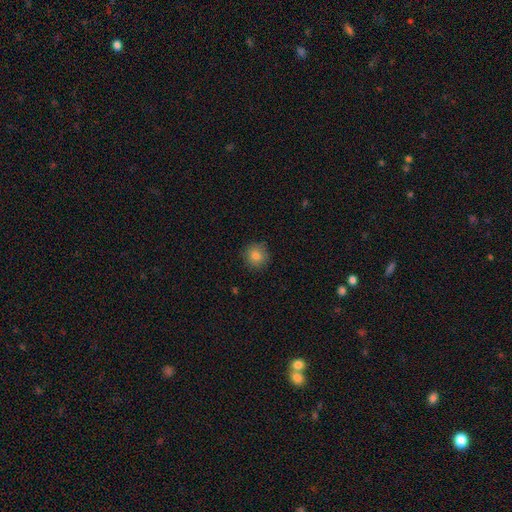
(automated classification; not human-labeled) Smooth or featured? Predicted: smooth (p=0.82). How rounded? Predicted: round (p=0.92). Merging? Predicted: none (p=0.87).